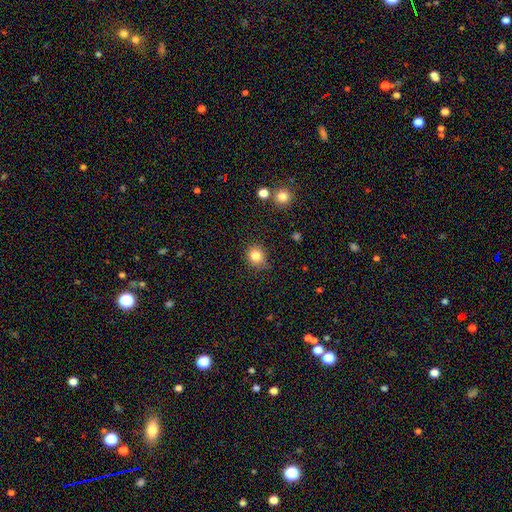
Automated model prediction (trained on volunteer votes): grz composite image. It shows a smooth galaxy with no disk features (82%) that is round (77%). Merging: none (77%).